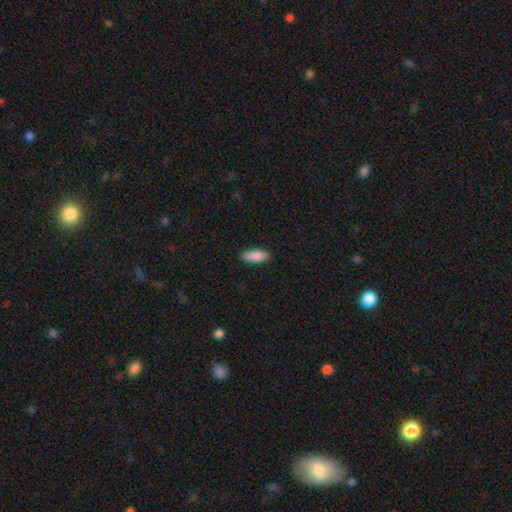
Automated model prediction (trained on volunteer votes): Smooth or featured? smooth (90%)
How rounded? in between (80%)
Merging? none (87%)